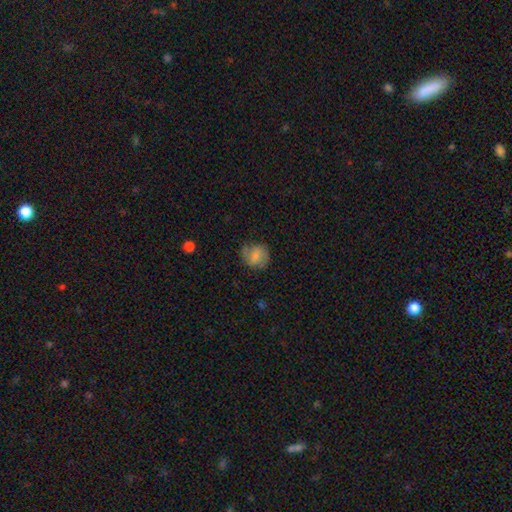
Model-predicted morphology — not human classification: Q: Smooth or featured?
A: smooth (70%); runner-up: featured or disk (23%)
Q: How rounded?
A: round (81%); runner-up: in between (18%)
Q: Merging?
A: none (68%); runner-up: minor disturbance (23%)